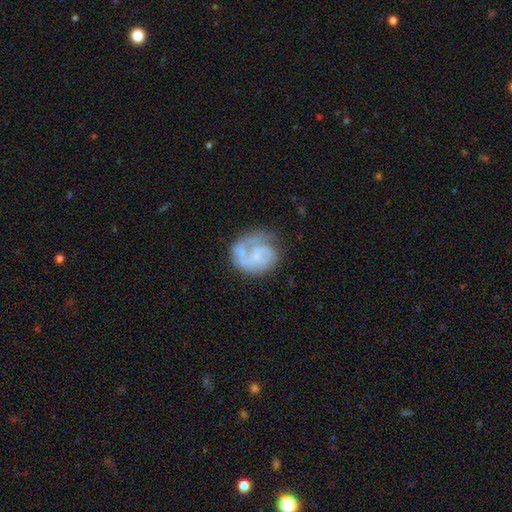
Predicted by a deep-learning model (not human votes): Overall: featured or disk (72%). Edge-on disk: no (98%). Bar: no (62%; weak 33%). Spiral arms: yes (89%). Spiral arm count: 2 (38%; 1 35%). Spiral winding: tight (41%; medium 39%). Bulge size: small (46%; none 36%). Merging: none (58%; minor disturbance 21%).